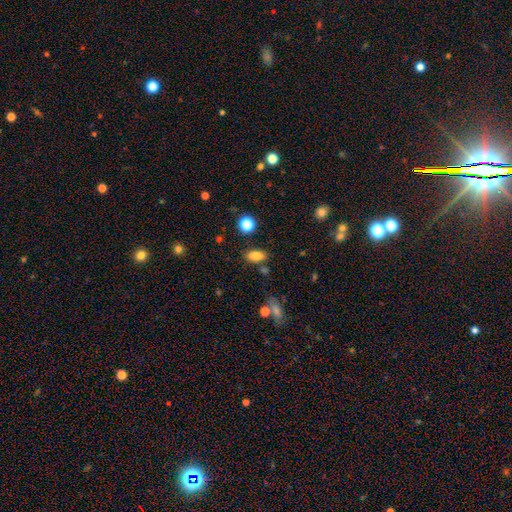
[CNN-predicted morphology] The model was most divided on "merging": none: 79%, minor disturbance: 12%, merger: 6%, major disturbance: 4%. More confident: how rounded — in between (86%); smooth or featured — smooth (82%).